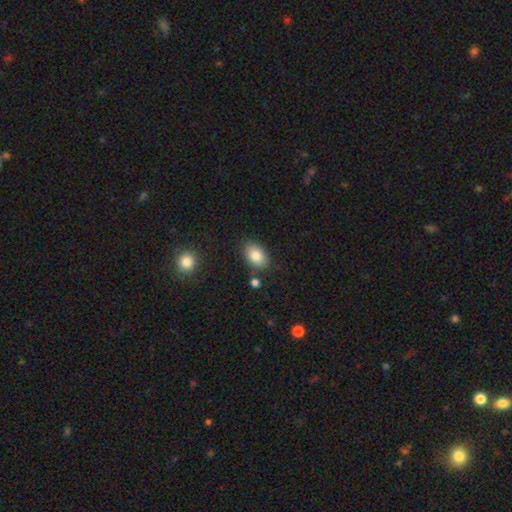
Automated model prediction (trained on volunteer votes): Smooth or featured?
  - smooth: 86% *
  - star or artifact: 8%
  - featured or disk: 7%
How rounded?
  - in between: 89% *
  - round: 10%
  - cigar-shaped: 1%
Merging?
  - none: 81% *
  - minor disturbance: 12%
  - merger: 5%
  - major disturbance: 3%